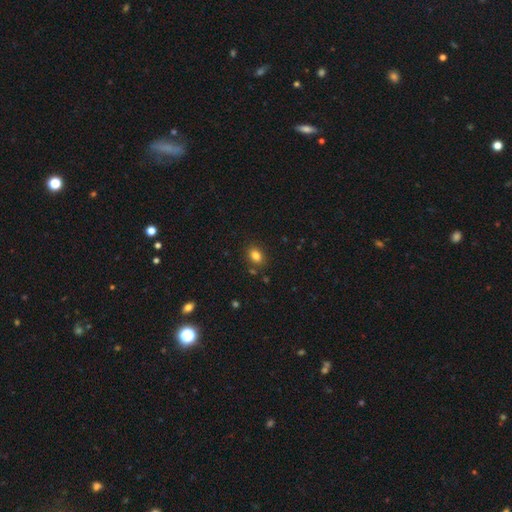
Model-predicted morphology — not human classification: A smooth galaxy with no disk features (83%) that is in between round and cigar-shaped (69%). Merging: none (84%).